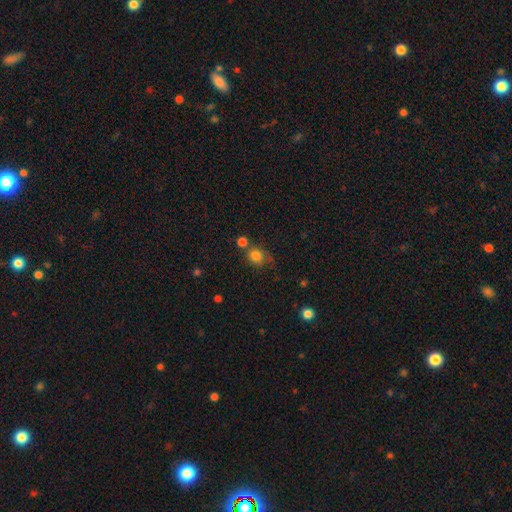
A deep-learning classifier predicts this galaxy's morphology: smooth_or_featured: smooth (p=0.80) [alt: star or artifact p=0.12]
how_rounded: round (p=0.72) [alt: in between p=0.27]
merging: none (p=0.55) [alt: minor disturbance p=0.19]